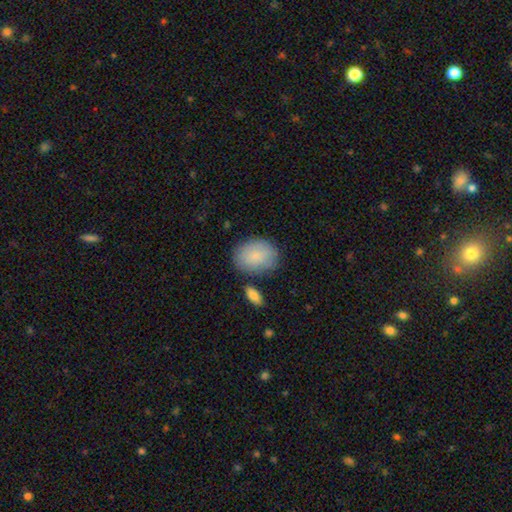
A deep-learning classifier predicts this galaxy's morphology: Q: Smooth or featured?
A: smooth (84%); runner-up: featured or disk (10%)
Q: How rounded?
A: in between (68%); runner-up: round (31%)
Q: Merging?
A: none (73%); runner-up: minor disturbance (17%)